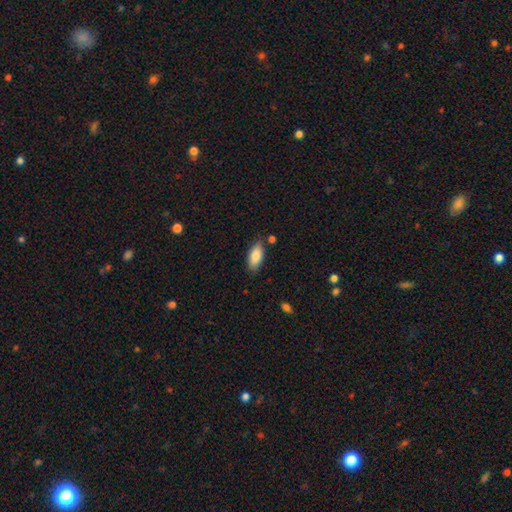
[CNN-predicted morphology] Q: Smooth or featured?
A: smooth (84%); runner-up: featured or disk (10%)
Q: How rounded?
A: in between (87%); runner-up: cigar-shaped (10%)
Q: Merging?
A: none (80%); runner-up: minor disturbance (14%)